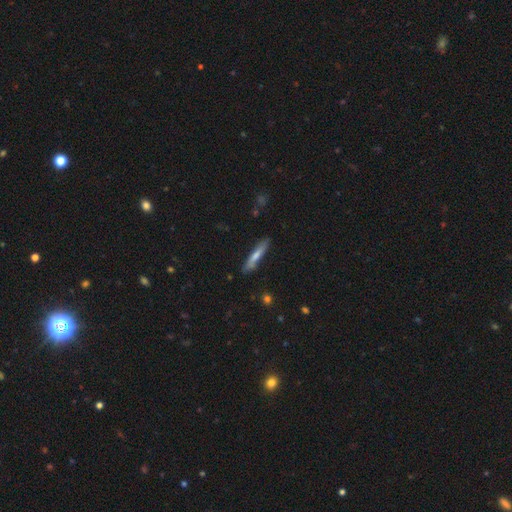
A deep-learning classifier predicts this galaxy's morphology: smooth-or-featured: smooth: 65% | featured or disk: 29% | star or artifact: 6%
  how-rounded: cigar-shaped: 90% | in between: 8% | round: 1%
  merging: none: 83% | minor disturbance: 13% | major disturbance: 2% | merger: 2%